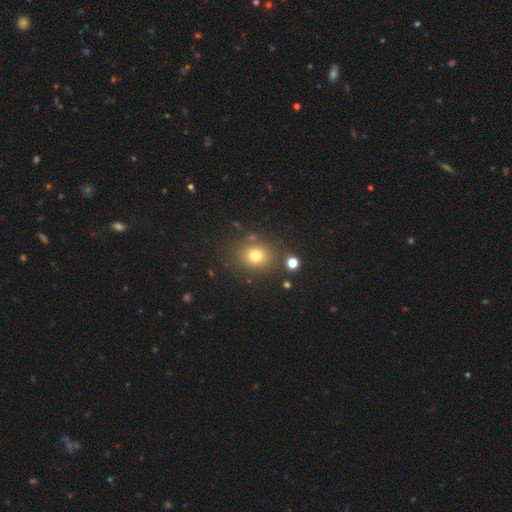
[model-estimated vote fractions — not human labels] Smooth or featured? smooth (77%)
How rounded? round (68%)
Merging? none (81%)